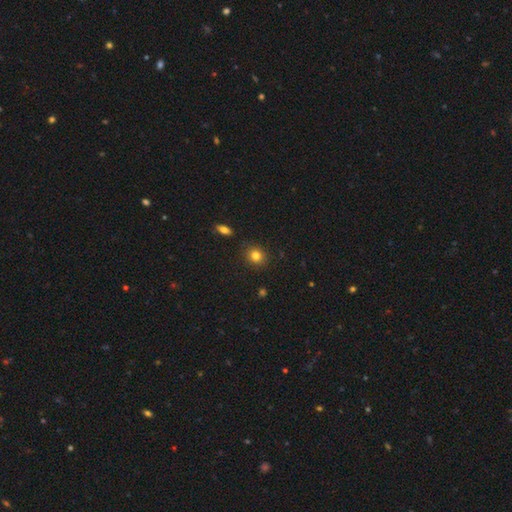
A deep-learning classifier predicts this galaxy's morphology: Overall: smooth (81%). How rounded: round (74%). Merging: none (88%).